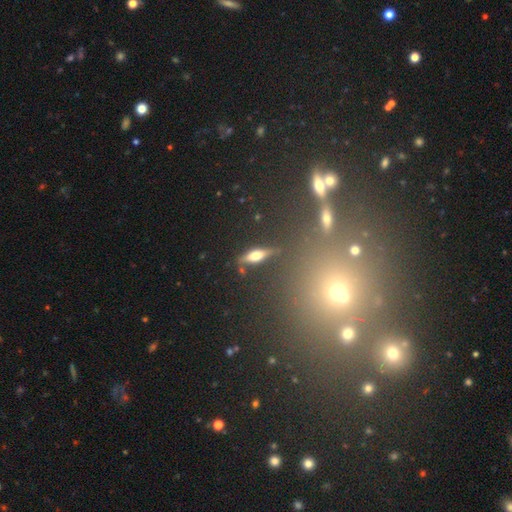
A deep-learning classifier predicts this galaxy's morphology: This is possibly a featured or disk galaxy (53%). It is clearly viewed edge-on (89%). Merging: likely none (79%).